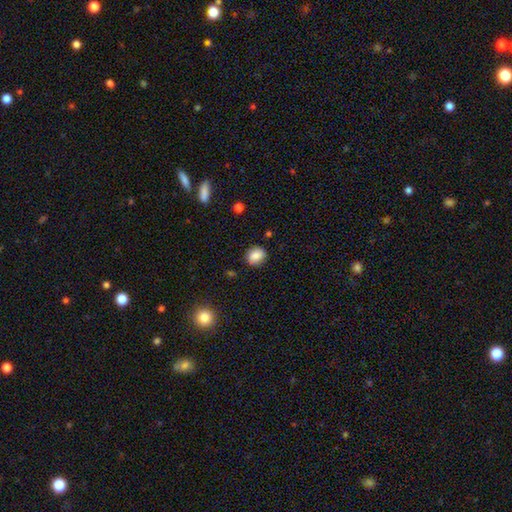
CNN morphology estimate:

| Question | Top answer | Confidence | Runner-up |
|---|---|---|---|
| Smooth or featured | smooth | 84% | star or artifact (9%) |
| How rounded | round | 64% | in between (35%) |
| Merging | none | 82% | minor disturbance (13%) |